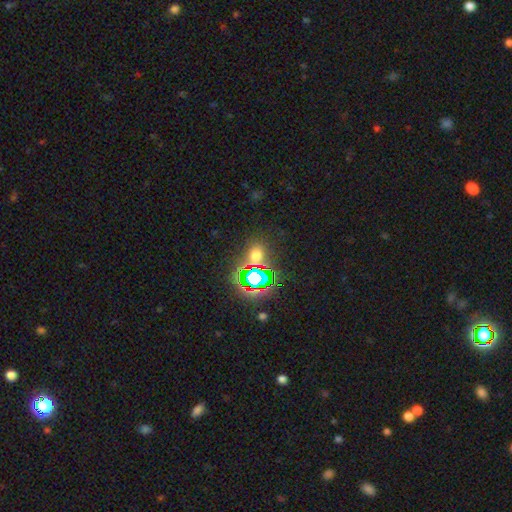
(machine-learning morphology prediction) Smooth or featured?
  - smooth: 47% *
  - star or artifact: 44%
  - featured or disk: 8%
Merging?
  - none: 77% *
  - minor disturbance: 10%
  - merger: 9%
  - major disturbance: 5%